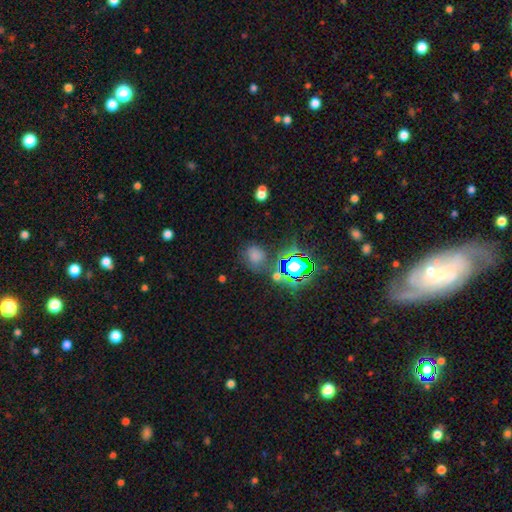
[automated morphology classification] smooth_or_featured: smooth (p=0.59) [alt: star or artifact p=0.32]
how_rounded: round (p=0.68) [alt: in between p=0.31]
merging: none (p=0.65) [alt: minor disturbance p=0.19]